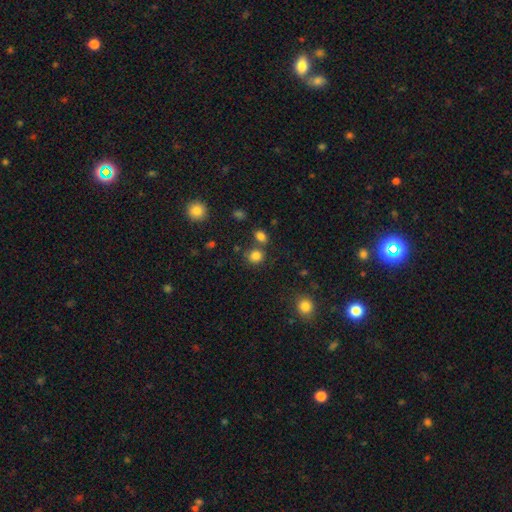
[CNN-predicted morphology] A smooth galaxy with no disk features (81%) that is round (76%).

Vote fractions:
- Smooth or featured? smooth: 81% / star or artifact: 14% / featured or disk: 5%
- How rounded? round: 76% / in between: 23% / cigar-shaped: 1%
- Merging? none: 67% / merger: 18% / minor disturbance: 10% / major disturbance: 4%